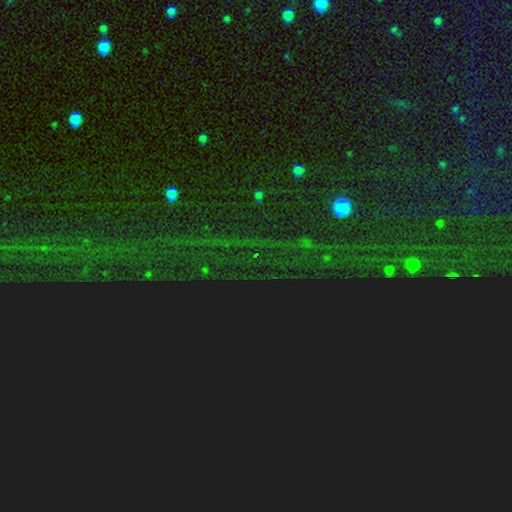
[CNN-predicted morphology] type=star or artifact (82%).